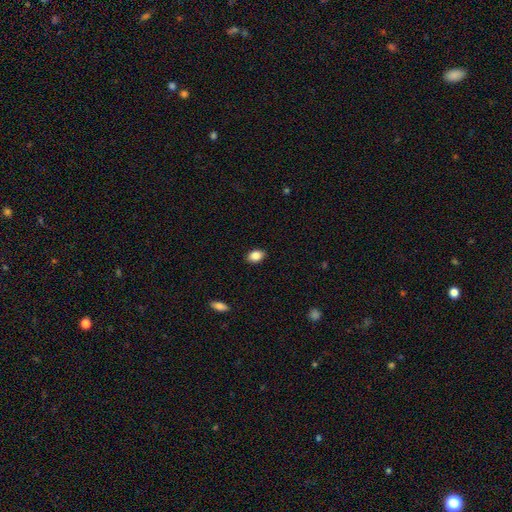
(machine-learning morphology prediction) Smooth or featured? smooth (86%)
How rounded? in between (81%)
Merging? none (89%)